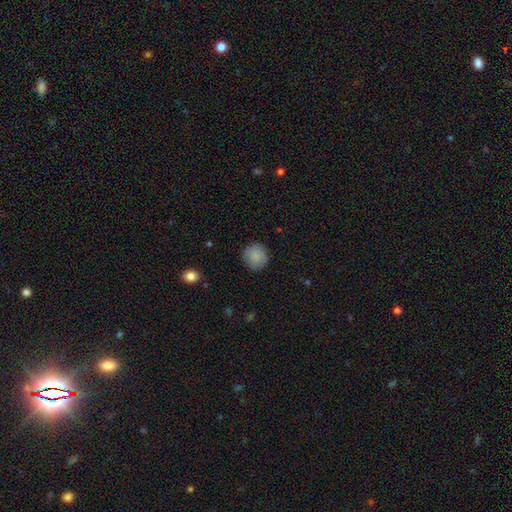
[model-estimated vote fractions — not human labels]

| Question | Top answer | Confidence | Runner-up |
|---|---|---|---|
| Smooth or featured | smooth | 86% | star or artifact (7%) |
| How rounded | round | 93% | in between (6%) |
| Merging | none | 87% | minor disturbance (10%) |